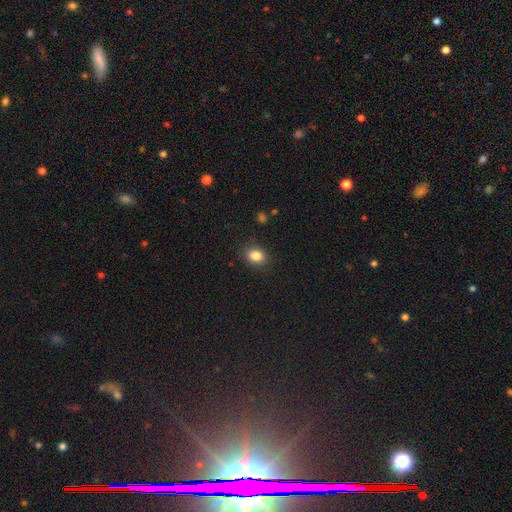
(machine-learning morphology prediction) This appears to be a smooth galaxy with no disk features (85%) that is in between round and cigar-shaped (56%). Merging: none (87%).